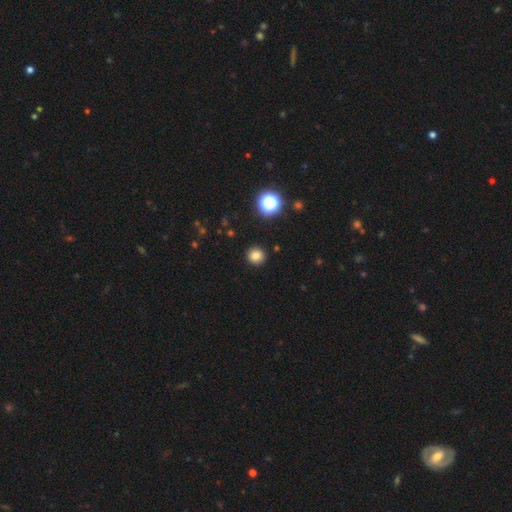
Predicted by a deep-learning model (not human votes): Morphology: type=smooth (81%); roundness=round (92%); merging=none (92%).